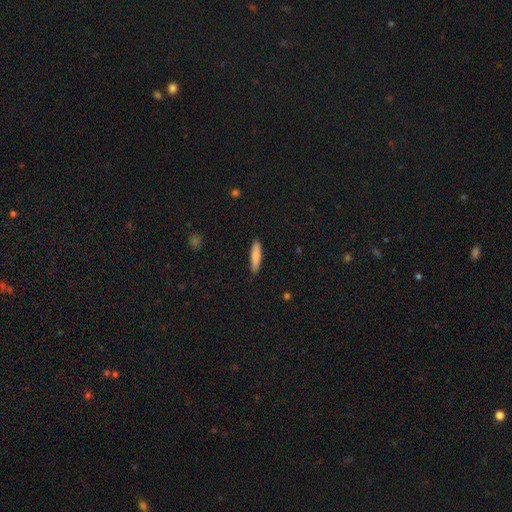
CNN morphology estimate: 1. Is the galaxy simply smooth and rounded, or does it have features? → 82% smooth, 12% featured or disk, 6% star or artifact.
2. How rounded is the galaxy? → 76% cigar-shaped, 23% in between, 1% round.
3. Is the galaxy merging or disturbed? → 89% none, 8% minor disturbance, 2% major disturbance, 1% merger.